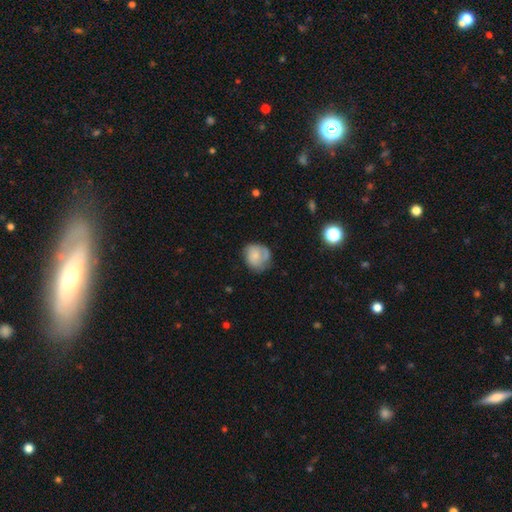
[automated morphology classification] smooth-or-featured: smooth: 57% | featured or disk: 35% | star or artifact: 8%
  how-rounded: round: 76% | in between: 23% | cigar-shaped: 1%
  merging: none: 57% | minor disturbance: 28% | major disturbance: 12% | merger: 3%